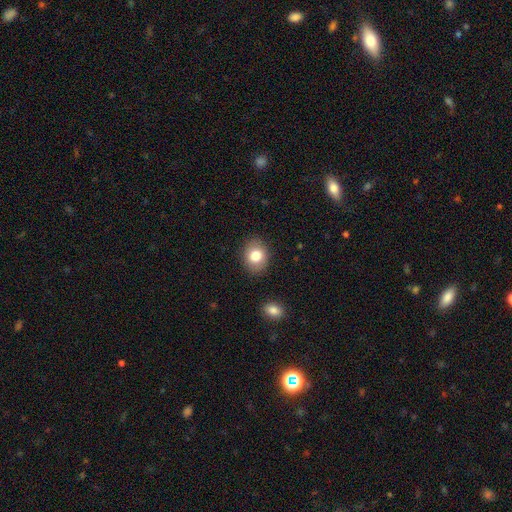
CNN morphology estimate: Smooth or featured? Predicted: smooth (p=0.80). How rounded? Predicted: in between (p=0.51). Merging? Predicted: none (p=0.87).